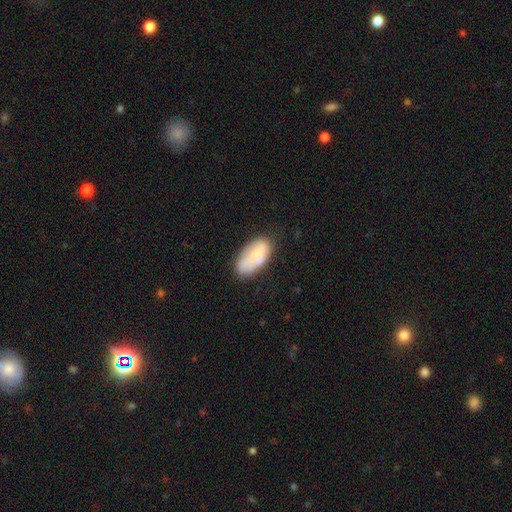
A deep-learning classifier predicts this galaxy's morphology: Smooth or featured? smooth (63%)
How rounded? in between (93%)
Merging? none (53%)